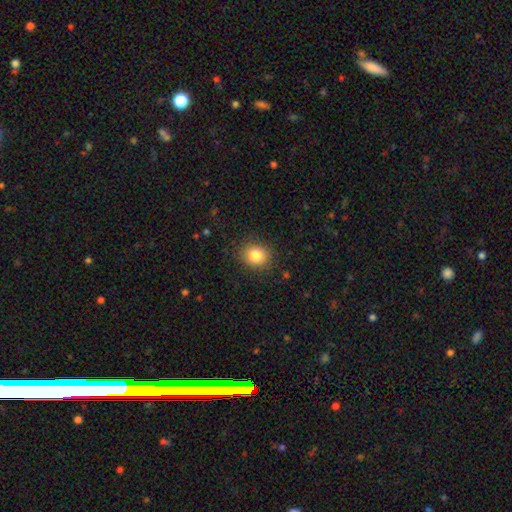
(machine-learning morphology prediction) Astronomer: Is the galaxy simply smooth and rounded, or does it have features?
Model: smooth — 83%.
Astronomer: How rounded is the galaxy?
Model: round — 70%.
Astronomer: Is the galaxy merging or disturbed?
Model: none — 87%.